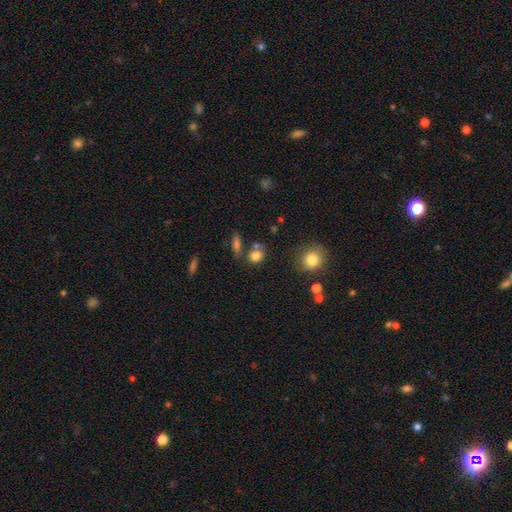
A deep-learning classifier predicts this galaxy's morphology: Overall: smooth (80%). How rounded: round (54%; in between 44%). Merging: none (60%; merger 21%).